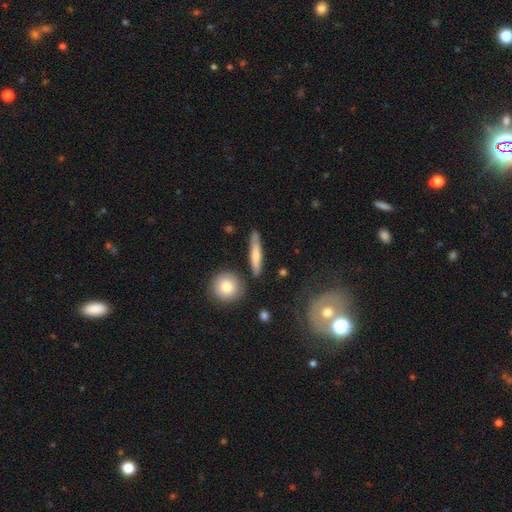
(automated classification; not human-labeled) smooth_or_featured: smooth (p=0.67) [alt: featured or disk p=0.26]
how_rounded: cigar-shaped (p=0.83) [alt: in between p=0.13]
merging: none (p=0.80) [alt: minor disturbance p=0.13]